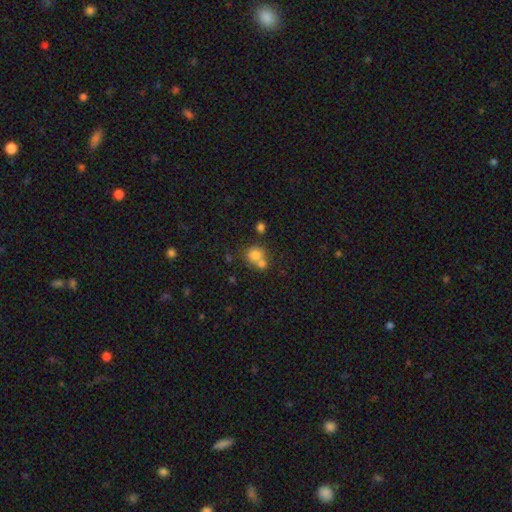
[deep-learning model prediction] Smooth or featured?
  - smooth: 77% *
  - featured or disk: 12%
  - star or artifact: 11%
How rounded?
  - round: 80% *
  - in between: 19%
  - cigar-shaped: 1%
Merging?
  - merger: 49% *
  - none: 40%
  - minor disturbance: 8%
  - major disturbance: 3%